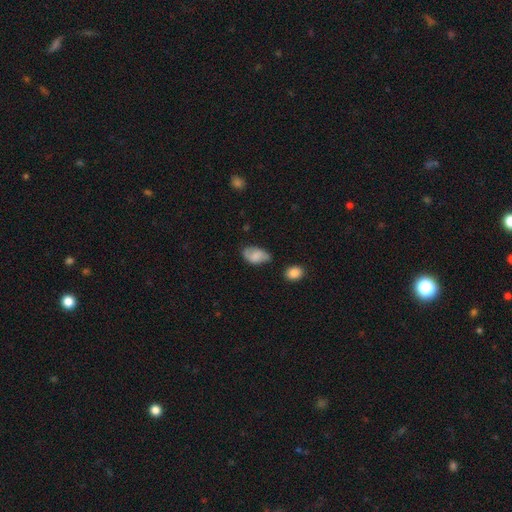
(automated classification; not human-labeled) This is likely a smooth galaxy (65%). How rounded: clearly in between (91%). Merging: possibly none (57%).